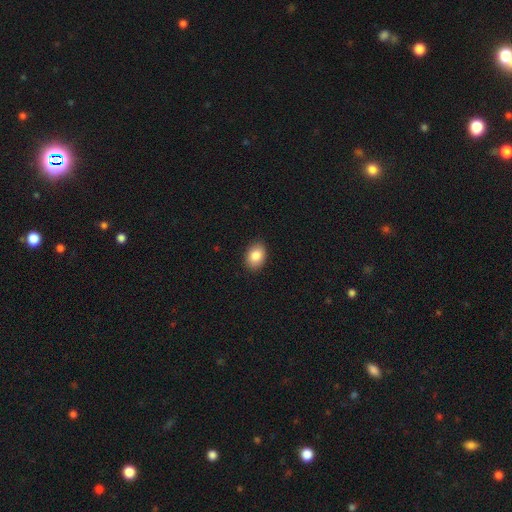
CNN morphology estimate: Smooth or featured: smooth — 86% (star or artifact — 8%)
How rounded: in between — 78% (round — 21%)
Merging: none — 89% (minor disturbance — 8%)